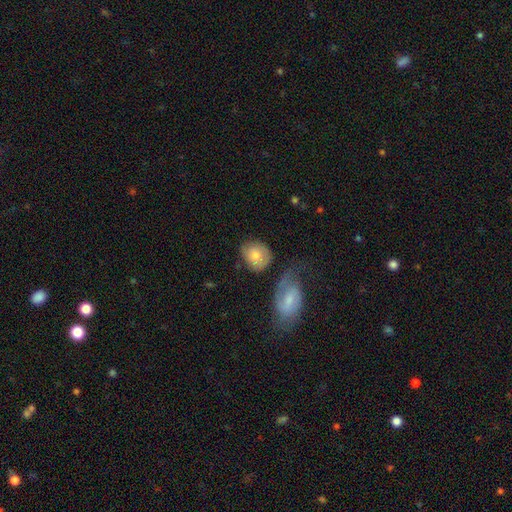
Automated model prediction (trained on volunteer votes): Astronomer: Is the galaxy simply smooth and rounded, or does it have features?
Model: smooth — 76%.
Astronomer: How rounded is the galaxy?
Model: round — 66%.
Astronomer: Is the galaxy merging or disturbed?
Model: none — 55%.